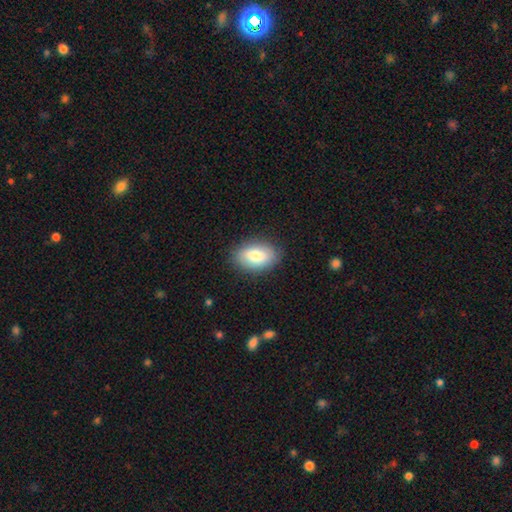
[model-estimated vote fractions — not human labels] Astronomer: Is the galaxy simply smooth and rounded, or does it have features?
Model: smooth — 81%.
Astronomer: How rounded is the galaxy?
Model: in between — 90%.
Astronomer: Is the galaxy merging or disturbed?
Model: none — 85%.